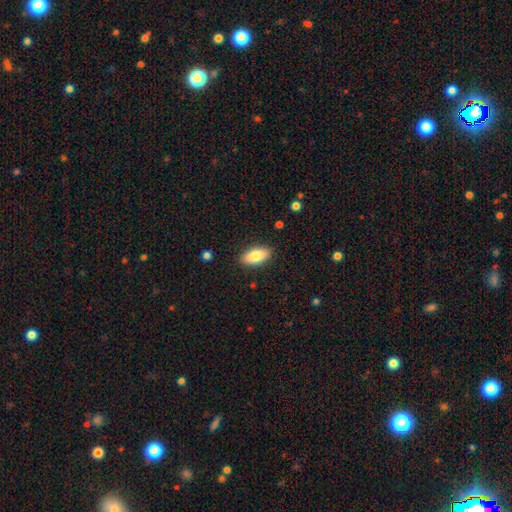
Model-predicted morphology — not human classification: type=smooth (83%); roundness=in between (87%); merging=none (87%).